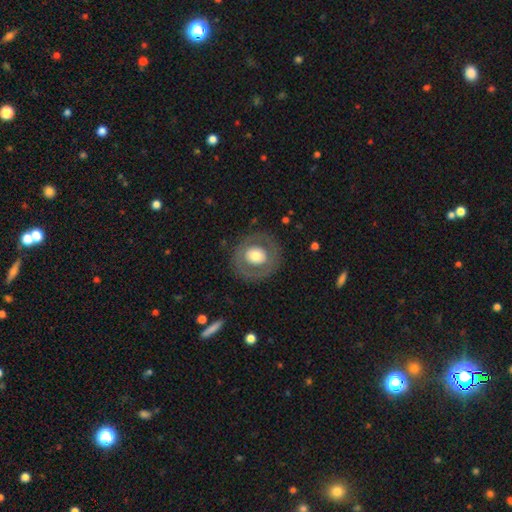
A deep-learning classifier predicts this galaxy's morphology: The model was most divided on "smooth or featured": smooth: 52%, featured or disk: 42%, star or artifact: 6%. More confident: how rounded — round (87%); merging — none (82%).